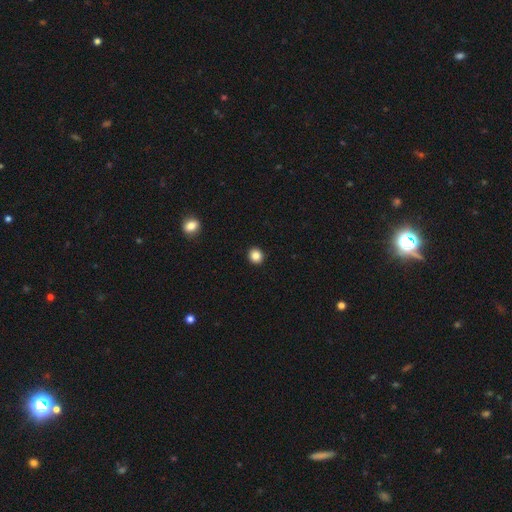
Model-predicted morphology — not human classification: Smooth or featured: smooth — 85% (star or artifact — 11%)
How rounded: round — 87% (in between — 12%)
Merging: none — 93% (minor disturbance — 5%)